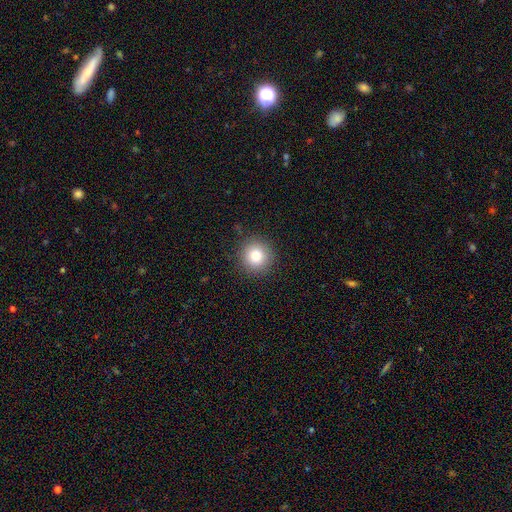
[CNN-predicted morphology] Smooth or featured?
  - smooth: 78% *
  - star or artifact: 12%
  - featured or disk: 10%
How rounded?
  - round: 95% *
  - in between: 4%
  - cigar-shaped: 1%
Merging?
  - none: 90% *
  - minor disturbance: 7%
  - major disturbance: 2%
  - merger: 1%